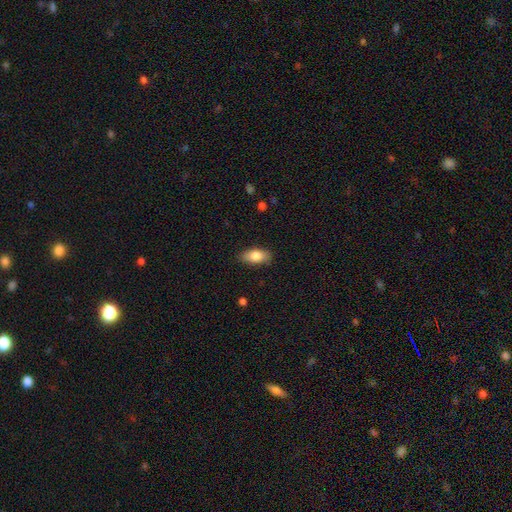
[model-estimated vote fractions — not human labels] Smooth or featured: smooth — 81% (featured or disk — 12%)
How rounded: in between — 88% (cigar-shaped — 9%)
Merging: none — 86% (minor disturbance — 11%)